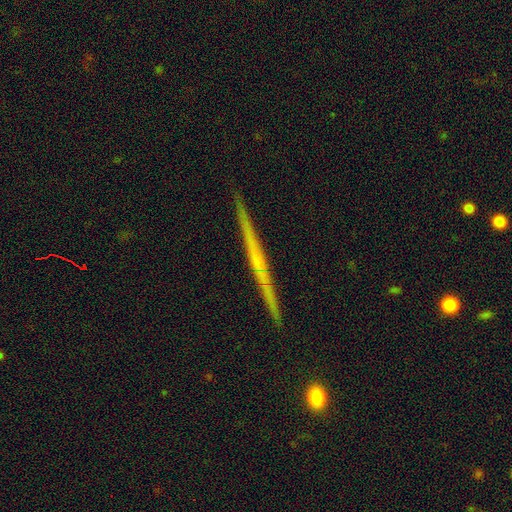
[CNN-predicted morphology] A featured or disk galaxy (69%) viewed edge-on (98%) with no central bulge (76%). Merging: none (92%).